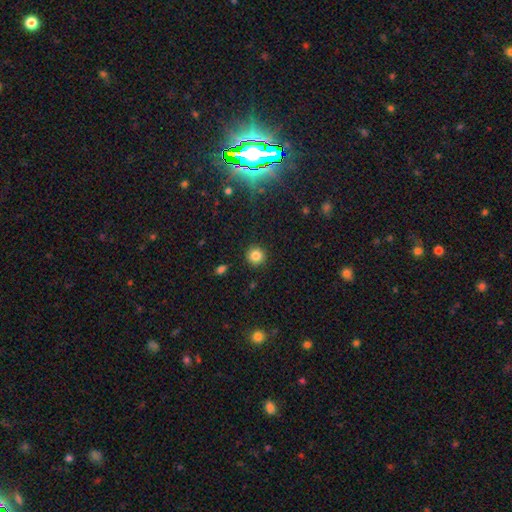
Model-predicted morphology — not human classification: Q: Smooth or featured?
A: smooth (83%); runner-up: star or artifact (12%)
Q: How rounded?
A: round (94%); runner-up: in between (5%)
Q: Merging?
A: none (91%); runner-up: minor disturbance (5%)